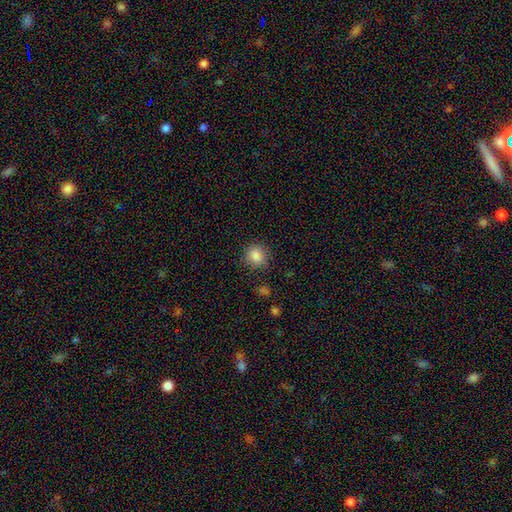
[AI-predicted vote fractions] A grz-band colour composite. It shows a smooth galaxy with no disk features (86%) that is round (86%). Merging: none (83%).